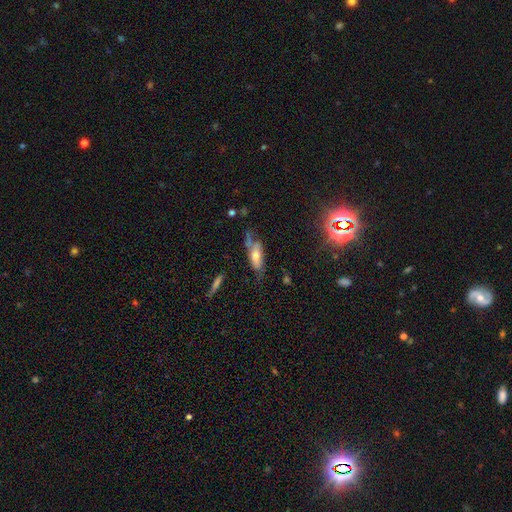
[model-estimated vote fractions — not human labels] smooth 47%, featured or disk 41%, star or artifact 12%. Down the decision tree: merging — none (41%).